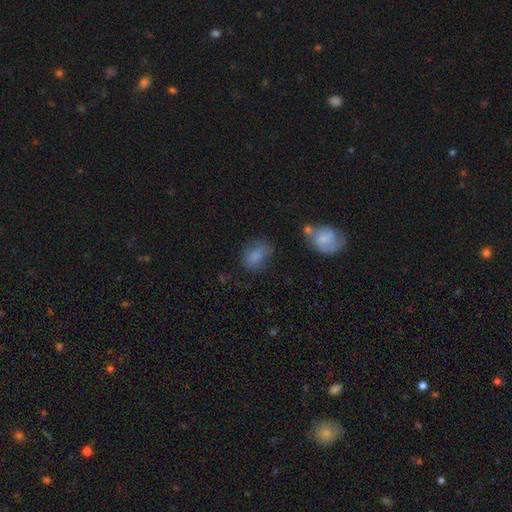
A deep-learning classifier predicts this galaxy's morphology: This appears to be a smooth galaxy with no disk features (78%) that is in between round and cigar-shaped (78%). Merging: none (56%).